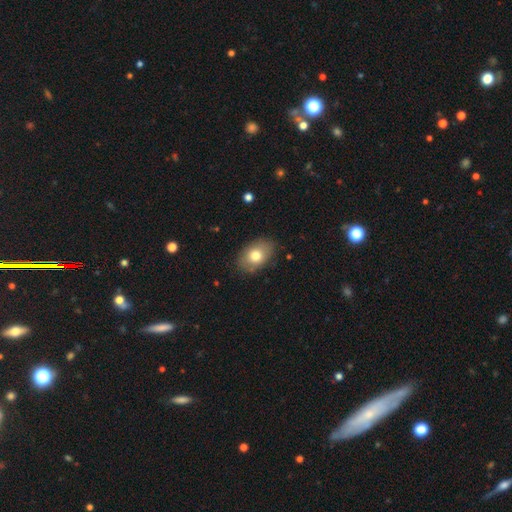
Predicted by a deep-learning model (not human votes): Overall: smooth (76%). How rounded: in between (83%). Merging: none (84%).